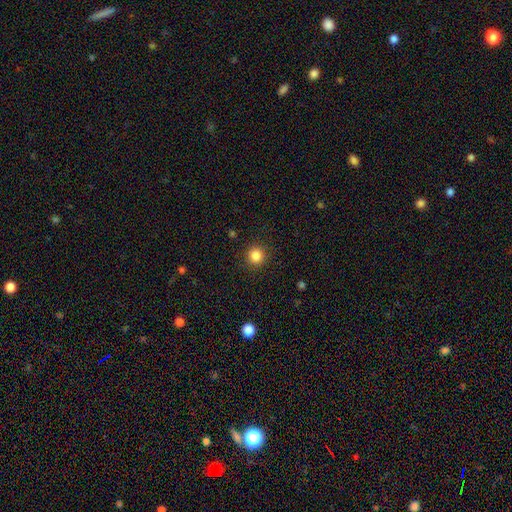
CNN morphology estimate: This appears to be a smooth galaxy with no disk features (85%) that is round (94%). Merging: none (91%).